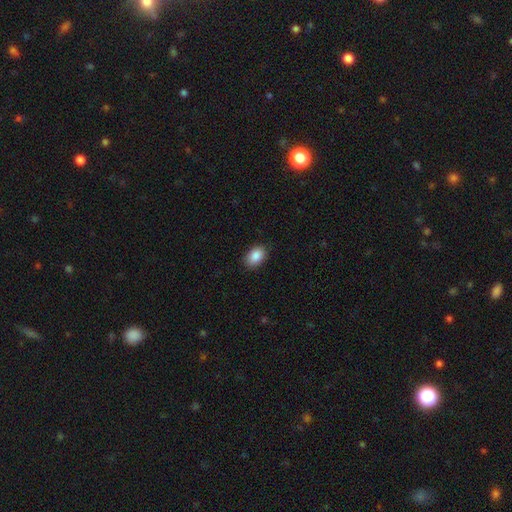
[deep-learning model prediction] Smooth or featured? smooth (89%)
How rounded? in between (85%)
Merging? none (86%)